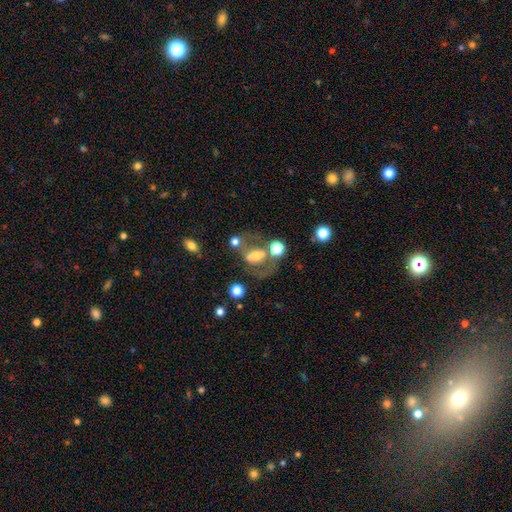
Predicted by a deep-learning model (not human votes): Smooth or featured? Predicted: featured or disk (p=0.45). Merging? Predicted: none (p=0.43).